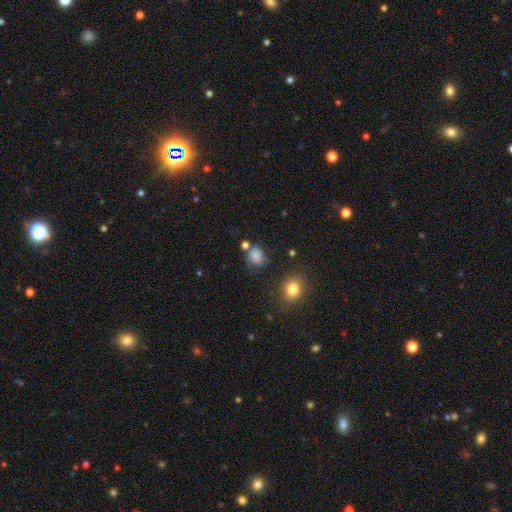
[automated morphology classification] smooth_or_featured: smooth (p=0.69) [alt: featured or disk p=0.17]
how_rounded: round (p=0.70) [alt: in between p=0.29]
merging: none (p=0.55) [alt: minor disturbance p=0.24]